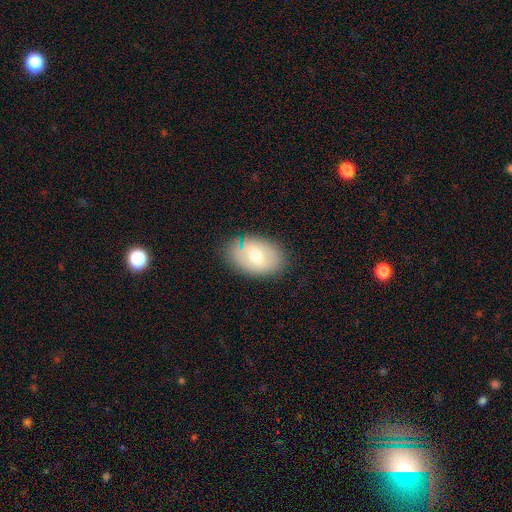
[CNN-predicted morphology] type=smooth (59%); roundness=in between (87%); merging=none (80%).